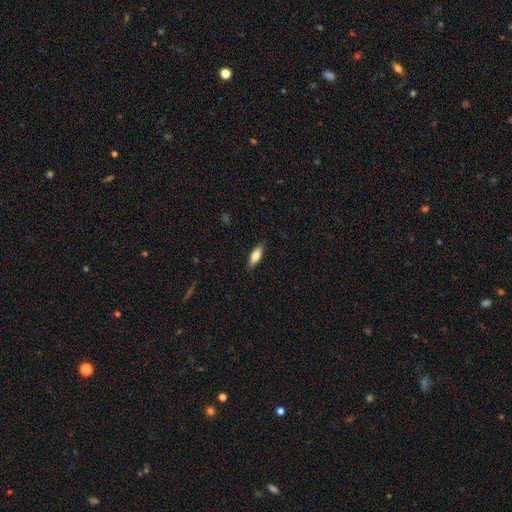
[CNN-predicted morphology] Smooth or featured? Predicted: smooth (p=0.76). How rounded? Predicted: in between (p=0.65). Merging? Predicted: none (p=0.87).